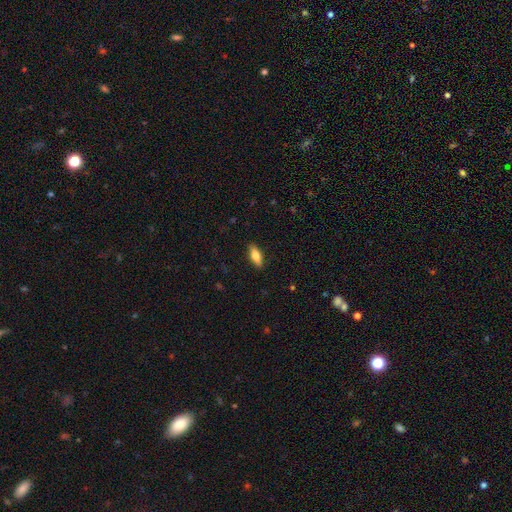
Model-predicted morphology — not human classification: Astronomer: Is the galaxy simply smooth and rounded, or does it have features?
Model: smooth — 74%.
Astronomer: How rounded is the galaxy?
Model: in between — 75%.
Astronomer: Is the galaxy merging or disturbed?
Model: none — 89%.